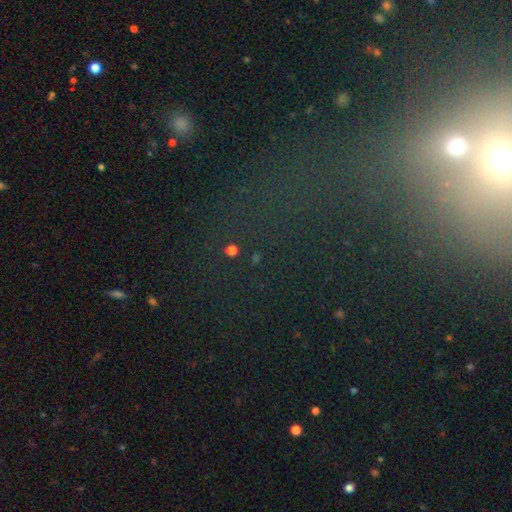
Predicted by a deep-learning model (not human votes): This appears to be a star or artifact, not a galaxy (68%).